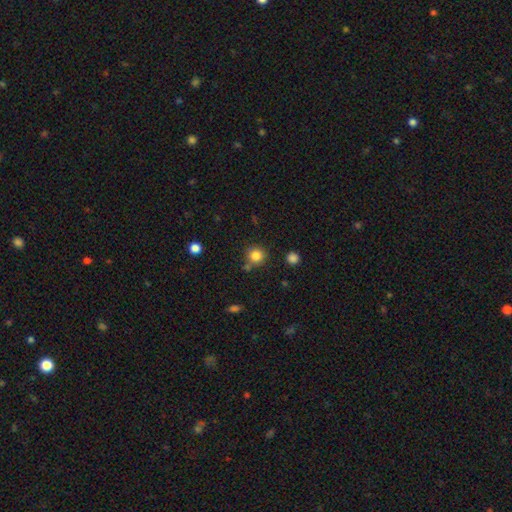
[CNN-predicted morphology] A smooth galaxy with no disk features (84%) that is round (91%). Merging: none (76%).